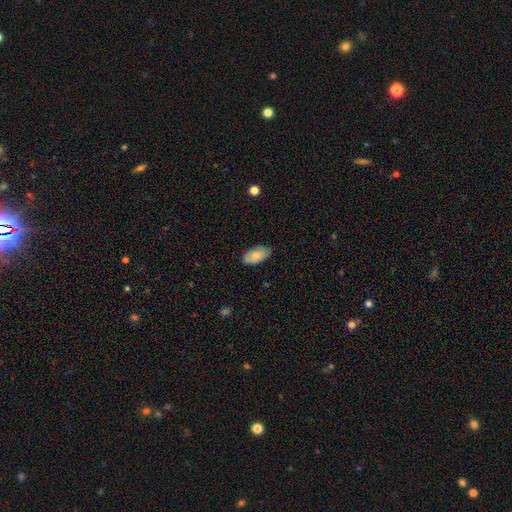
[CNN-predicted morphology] Smooth or featured? smooth (72%)
How rounded? in between (94%)
Merging? none (76%)